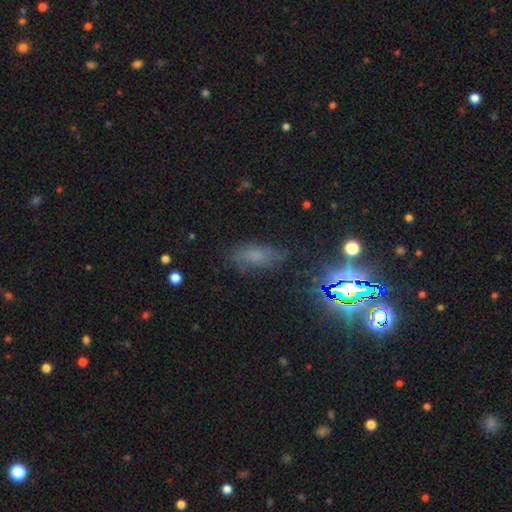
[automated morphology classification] smooth-or-featured: smooth: 45% | star or artifact: 33% | featured or disk: 23%
  merging: none: 65% | minor disturbance: 22% | major disturbance: 11% | merger: 3%